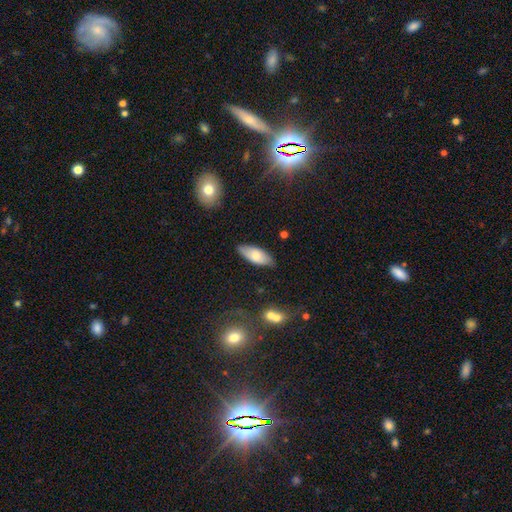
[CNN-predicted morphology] Overall: smooth (75%). How rounded: in between (81%). Merging: none (83%).